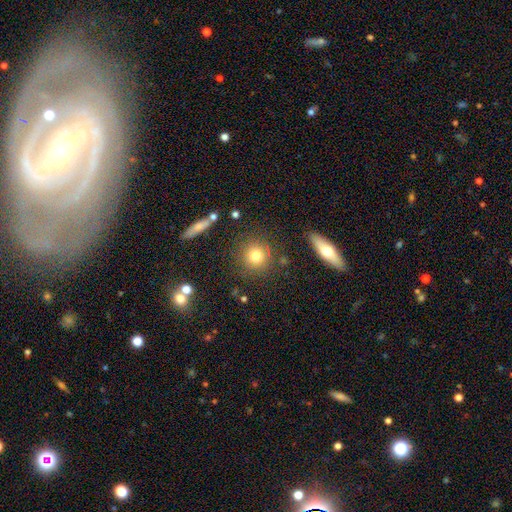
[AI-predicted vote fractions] Q: Smooth or featured?
A: smooth (76%); runner-up: star or artifact (12%)
Q: How rounded?
A: round (91%); runner-up: in between (8%)
Q: Merging?
A: none (84%); runner-up: minor disturbance (9%)